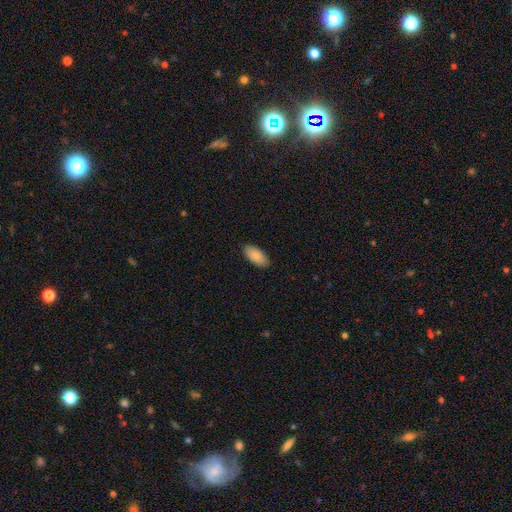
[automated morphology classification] The model was most divided on "smooth or featured": smooth: 87%, featured or disk: 7%, star or artifact: 6%. More confident: how rounded — in between (93%); merging — none (89%).